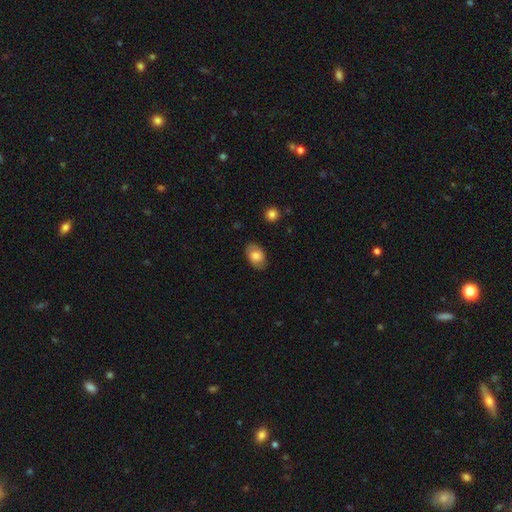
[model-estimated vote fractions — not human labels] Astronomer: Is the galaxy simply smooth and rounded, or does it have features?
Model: smooth — 76%.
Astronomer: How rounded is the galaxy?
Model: in between — 84%.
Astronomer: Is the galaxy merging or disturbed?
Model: none — 82%.